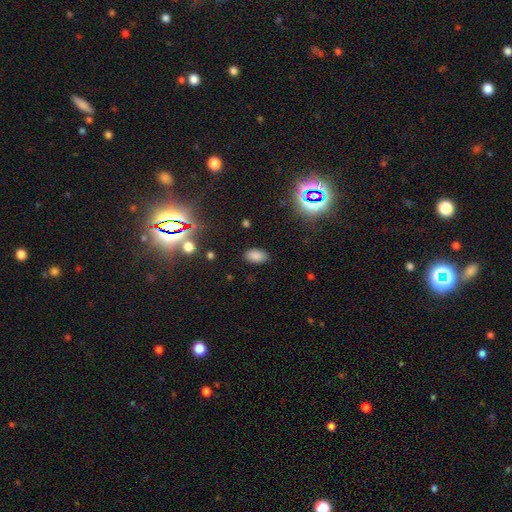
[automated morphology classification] smooth_or_featured: smooth (p=0.80) [alt: star or artifact p=0.15]
how_rounded: in between (p=0.93) [alt: round p=0.05]
merging: none (p=0.87) [alt: minor disturbance p=0.09]